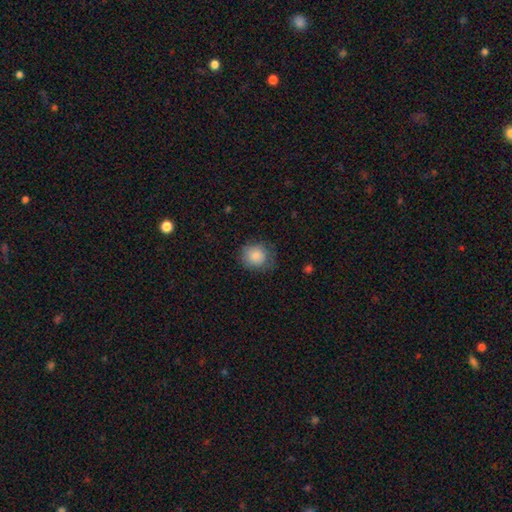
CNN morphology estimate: Overall: smooth (85%). How rounded: round (80%). Merging: none (66%).